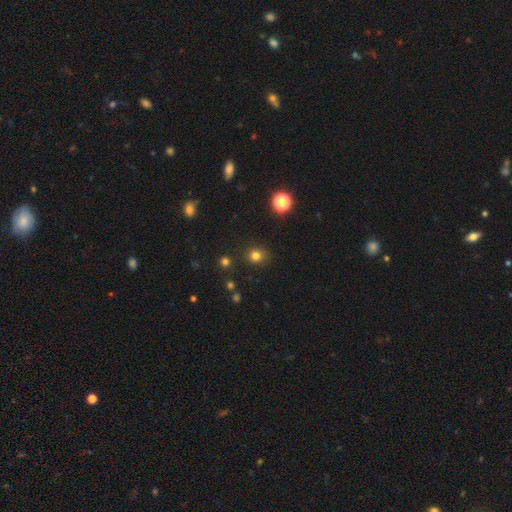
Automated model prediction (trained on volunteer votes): smooth-or-featured: smooth: 77% | star or artifact: 17% | featured or disk: 5%
  how-rounded: round: 85% | in between: 15% | cigar-shaped: 1%
  merging: none: 85% | minor disturbance: 10% | major disturbance: 3% | merger: 2%